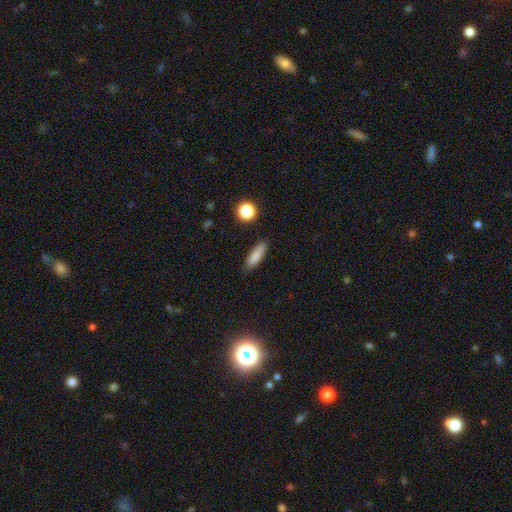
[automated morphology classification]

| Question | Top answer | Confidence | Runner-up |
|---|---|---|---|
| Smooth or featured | smooth | 83% | star or artifact (9%) |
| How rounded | cigar-shaped | 62% | in between (35%) |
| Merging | none | 85% | minor disturbance (10%) |